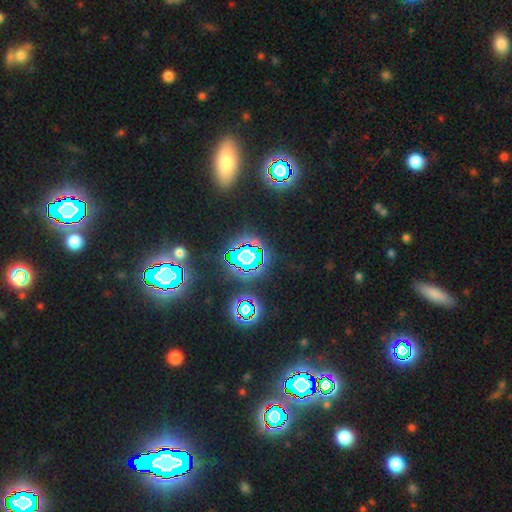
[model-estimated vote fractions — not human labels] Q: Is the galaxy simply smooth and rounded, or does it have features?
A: star or artifact — 75%.